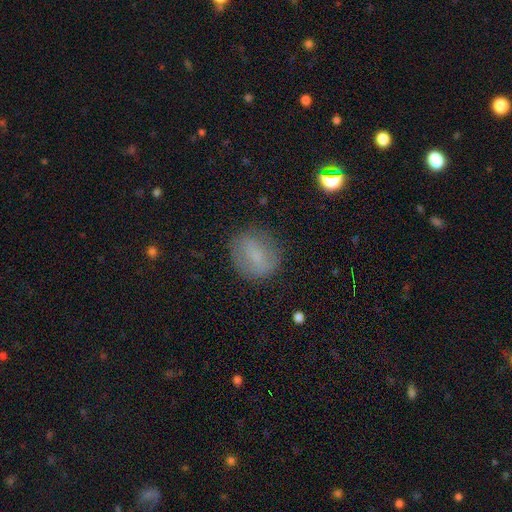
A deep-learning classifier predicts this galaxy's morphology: smooth_or_featured: smooth (p=0.67) [alt: featured or disk p=0.23]
how_rounded: round (p=0.64) [alt: in between p=0.34]
merging: none (p=0.79) [alt: minor disturbance p=0.14]